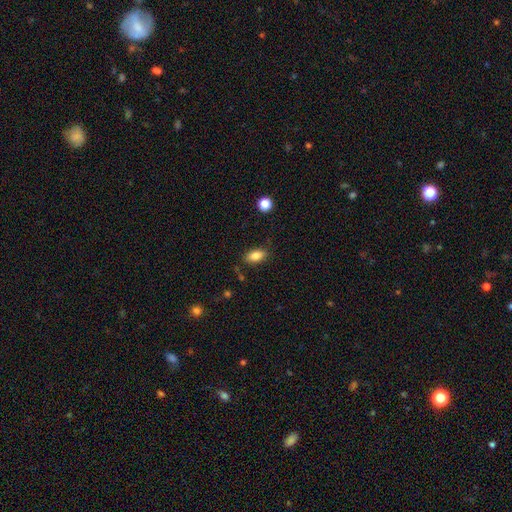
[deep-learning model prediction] smooth_or_featured: smooth (p=0.84) [alt: star or artifact p=0.08]
how_rounded: in between (p=0.89) [alt: cigar-shaped p=0.05]
merging: none (p=0.83) [alt: minor disturbance p=0.12]